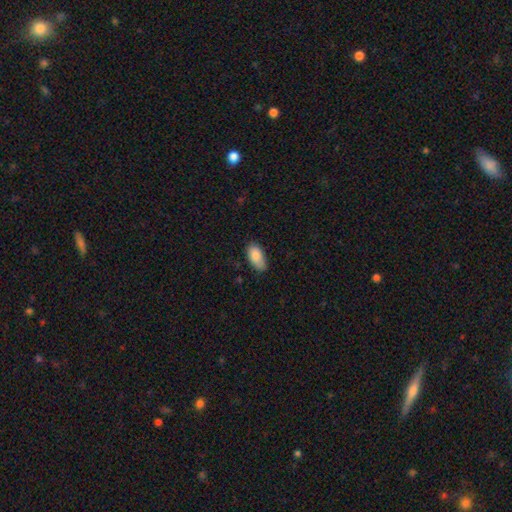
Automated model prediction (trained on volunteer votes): A smooth galaxy with no disk features (86%) that is in between round and cigar-shaped (93%). Merging: none (73%).